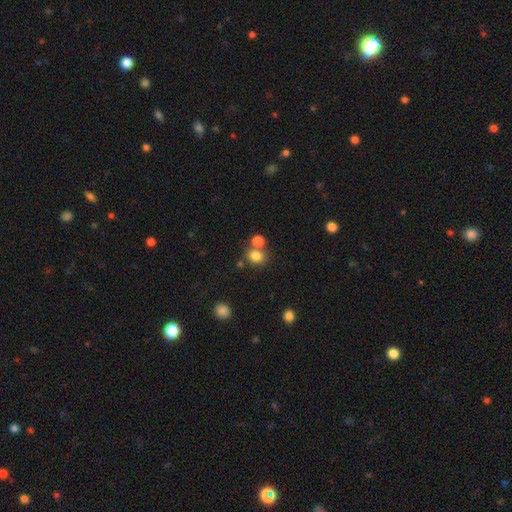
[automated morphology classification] smooth 81%, star or artifact 12%, featured or disk 7%. Down the decision tree: how rounded — round (62%); merging — none (57%).